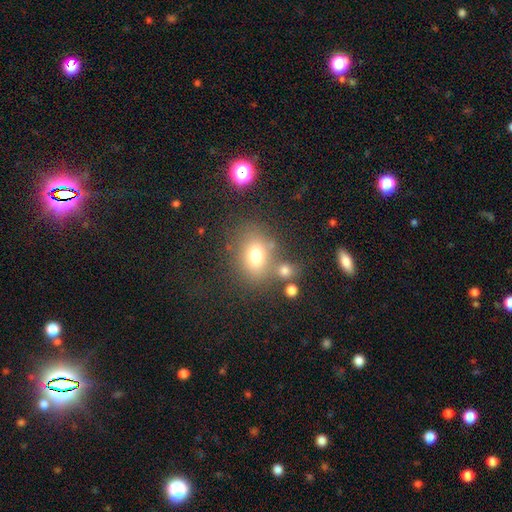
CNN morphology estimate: smooth-or-featured: smooth: 72% | star or artifact: 15% | featured or disk: 14%
  how-rounded: in between: 54% | round: 44% | cigar-shaped: 1%
  merging: none: 64% | merger: 15% | minor disturbance: 14% | major disturbance: 7%